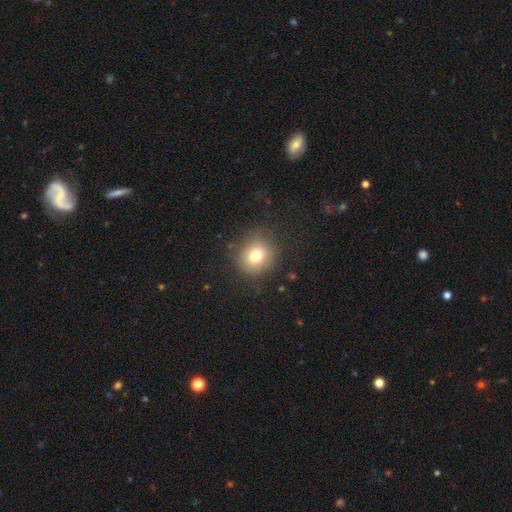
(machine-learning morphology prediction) Q: Smooth or featured?
A: smooth (76%); runner-up: star or artifact (13%)
Q: How rounded?
A: round (81%); runner-up: in between (18%)
Q: Merging?
A: none (83%); runner-up: minor disturbance (11%)